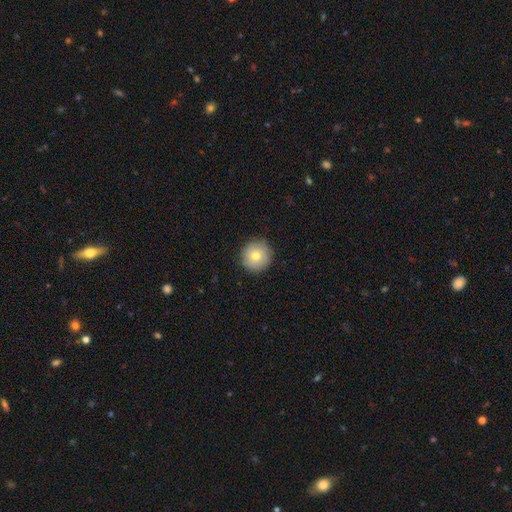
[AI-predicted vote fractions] A smooth galaxy with no disk features (75%) that is round (95%).

Vote fractions:
- Smooth or featured? smooth: 75% / featured or disk: 16% / star or artifact: 9%
- How rounded? round: 95% / in between: 4% / cigar-shaped: 1%
- Merging? none: 89% / minor disturbance: 8% / major disturbance: 2% / merger: 1%